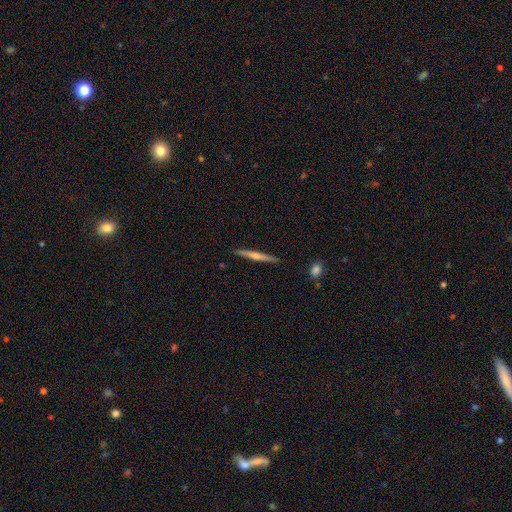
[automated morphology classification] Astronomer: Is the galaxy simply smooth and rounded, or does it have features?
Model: featured or disk — 60%.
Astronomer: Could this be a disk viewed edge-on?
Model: yes — 98%.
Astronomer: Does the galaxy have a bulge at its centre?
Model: rounded — 77%.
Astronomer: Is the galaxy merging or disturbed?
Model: none — 91%.